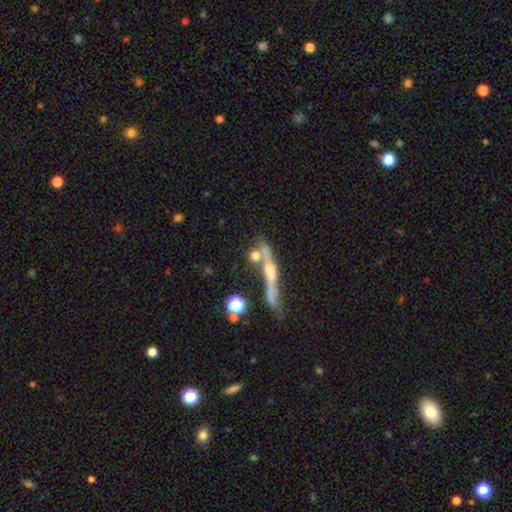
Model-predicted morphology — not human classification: This appears to be a smooth galaxy with no disk features (49%). Merging: none (42%).